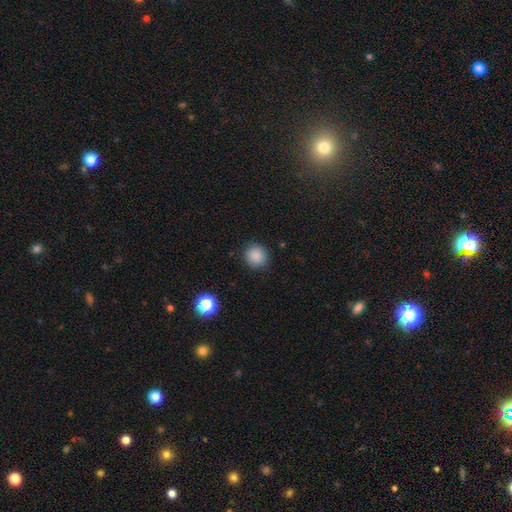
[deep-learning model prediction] Overall: smooth (86%). How rounded: round (88%). Merging: none (88%).